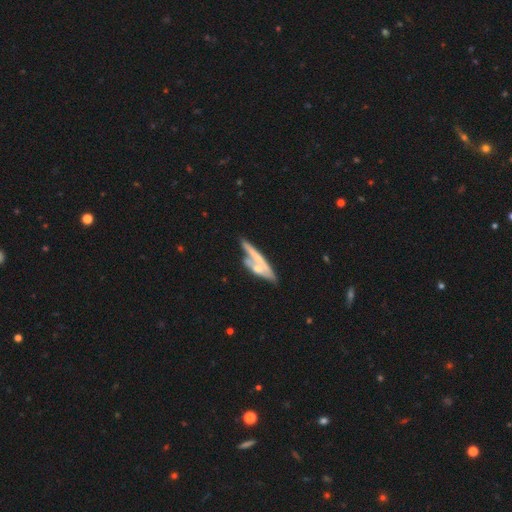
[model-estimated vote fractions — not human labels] The model was most divided on "smooth or featured": featured or disk: 50%, smooth: 44%, star or artifact: 6%. Remaining: merging — merger (47%).